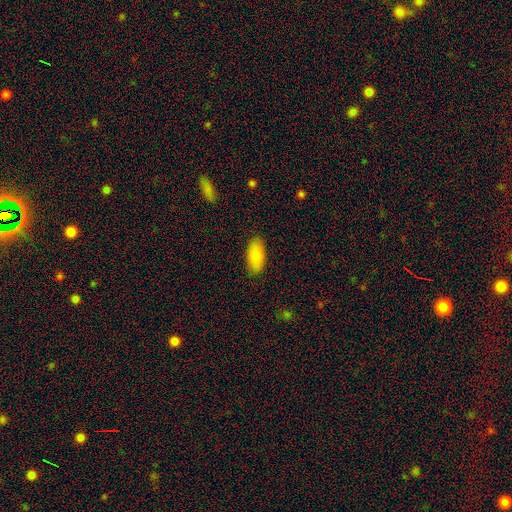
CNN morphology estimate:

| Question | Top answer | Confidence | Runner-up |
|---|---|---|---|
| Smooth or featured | smooth | 86% | featured or disk (8%) |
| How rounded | in between | 91% | cigar-shaped (7%) |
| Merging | none | 88% | minor disturbance (9%) |